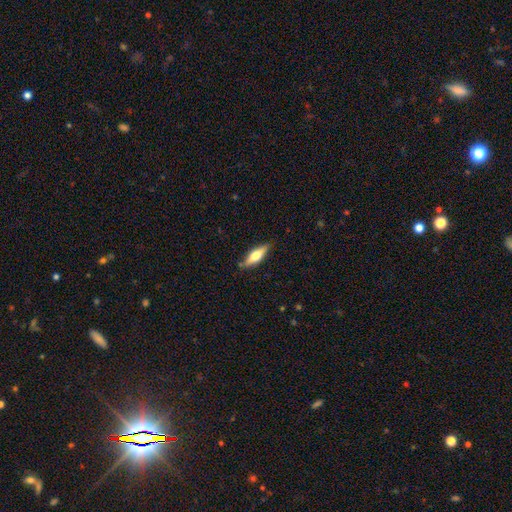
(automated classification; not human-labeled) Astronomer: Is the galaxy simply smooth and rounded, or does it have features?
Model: smooth — 50% (runner-up: featured or disk, 43%).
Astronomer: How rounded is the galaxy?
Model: cigar-shaped — 51% (runner-up: in between, 46%).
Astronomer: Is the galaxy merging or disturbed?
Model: none — 83%.